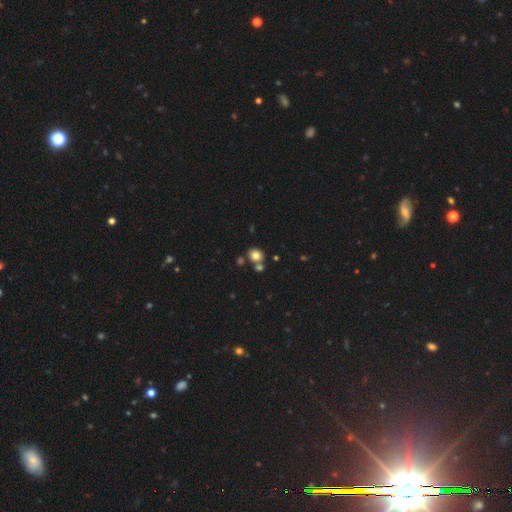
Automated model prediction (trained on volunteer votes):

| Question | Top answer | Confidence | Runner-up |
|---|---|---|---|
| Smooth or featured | smooth | 79% | star or artifact (12%) |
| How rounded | round | 71% | in between (28%) |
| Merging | none | 66% | merger (22%) |